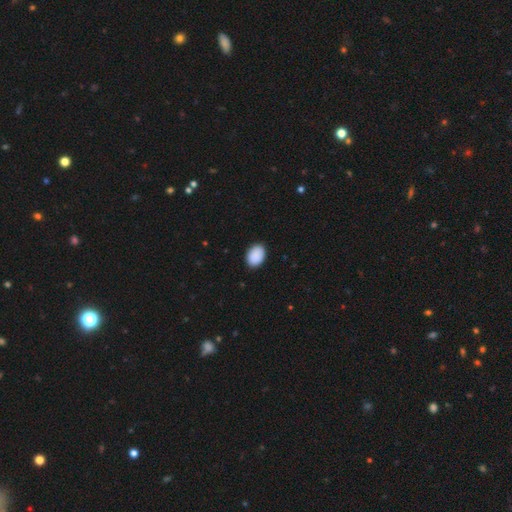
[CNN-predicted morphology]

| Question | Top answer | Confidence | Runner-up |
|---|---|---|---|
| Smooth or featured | smooth | 91% | star or artifact (7%) |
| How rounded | in between | 82% | round (17%) |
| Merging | none | 89% | minor disturbance (8%) |